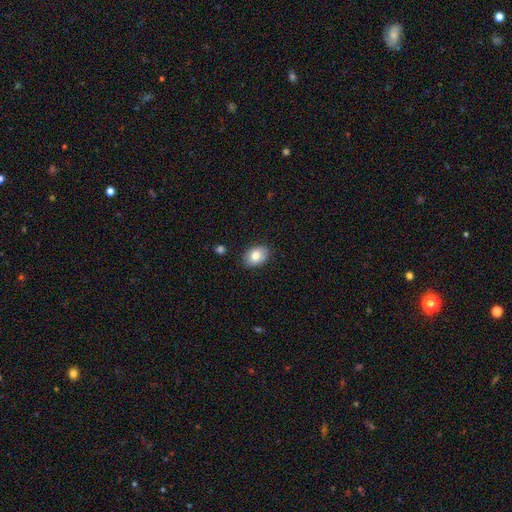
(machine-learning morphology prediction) Smooth or featured? Predicted: smooth (p=0.80). How rounded? Predicted: in between (p=0.78). Merging? Predicted: none (p=0.86).